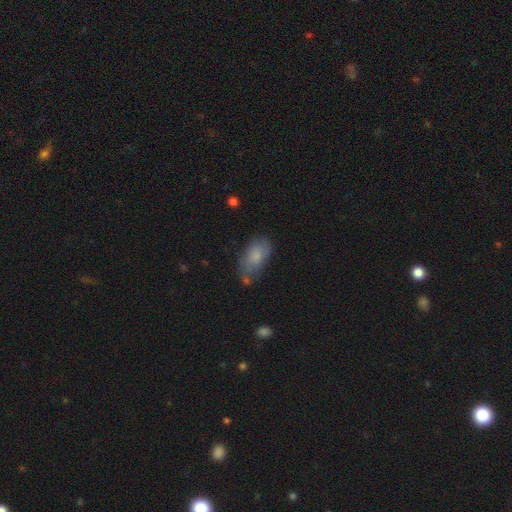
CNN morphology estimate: Overall: smooth (76%). How rounded: in between (91%). Merging: none (56%; minor disturbance 27%).